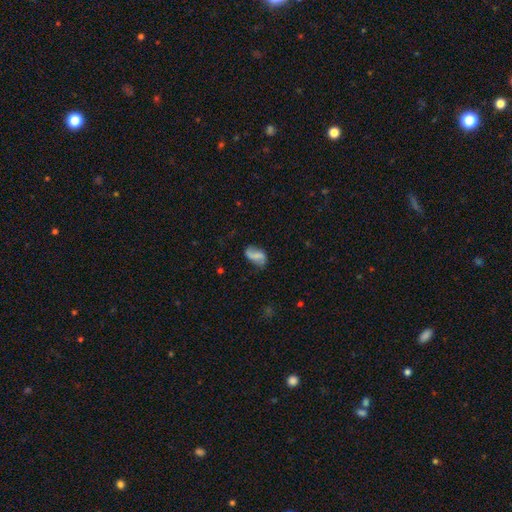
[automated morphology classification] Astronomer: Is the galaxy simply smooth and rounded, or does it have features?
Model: featured or disk — 47% (runner-up: smooth, 43%).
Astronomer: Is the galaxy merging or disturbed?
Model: none — 61%.